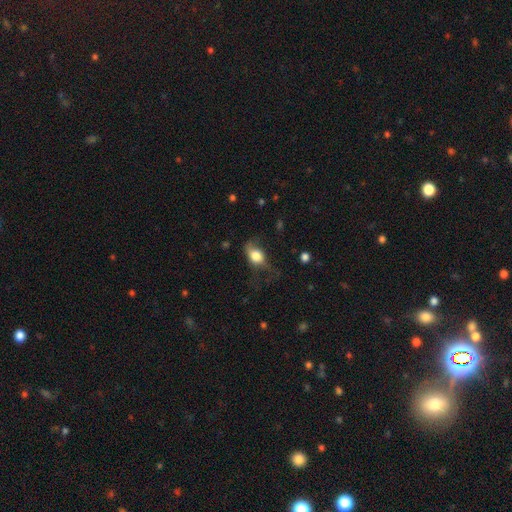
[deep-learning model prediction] Overall: smooth (72%). How rounded: in between (70%). Merging: none (37%; major disturbance 31%).